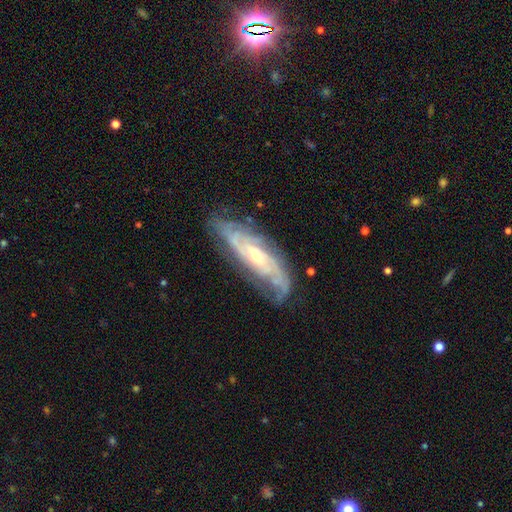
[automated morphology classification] A featured or disk galaxy (86%) with no bar (56%), tight (61%) spiral arms (95%) and a small central bulge (51%). Merging: none (73%).